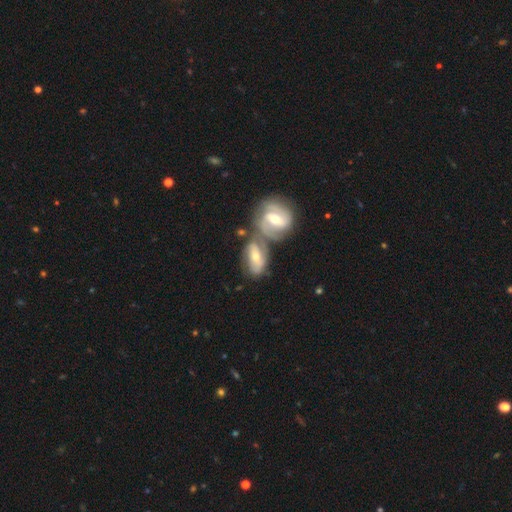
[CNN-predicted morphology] The model was most divided on "bar": weak: 38%, no: 32%, strong: 30%. More confident: edge-on disk — no (92%); spiral arms — yes (82%); smooth or featured — featured or disk (63%); bulge size — moderate (59%); merging — merger (55%).